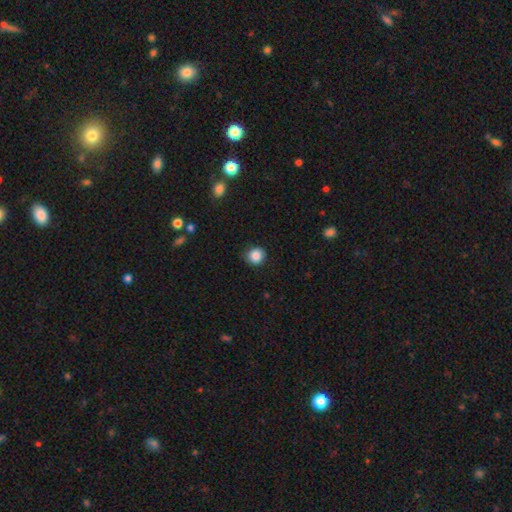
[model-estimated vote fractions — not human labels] smooth_or_featured: smooth (p=0.86) [alt: star or artifact p=0.10]
how_rounded: round (p=0.91) [alt: in between p=0.08]
merging: none (p=0.86) [alt: minor disturbance p=0.11]